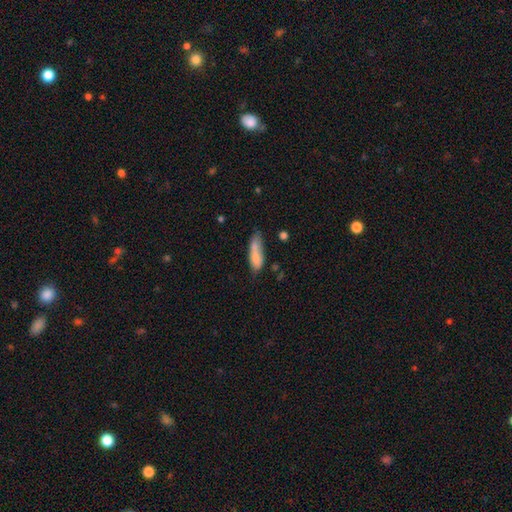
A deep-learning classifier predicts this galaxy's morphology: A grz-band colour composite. It shows a smooth galaxy with no disk features (75%) that is cigar-shaped (50%). Merging: none (45%).